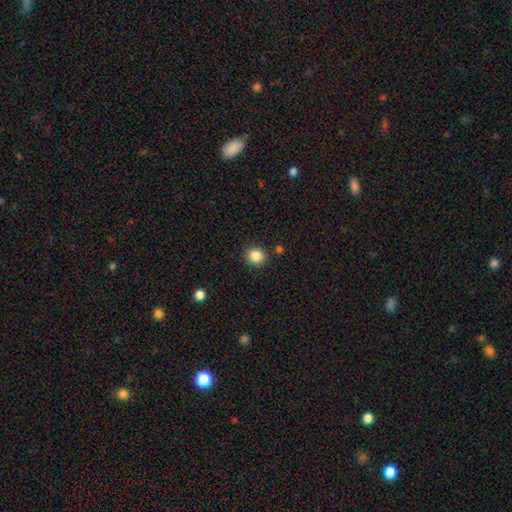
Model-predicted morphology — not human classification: smooth_or_featured: smooth (p=0.86) [alt: star or artifact p=0.10]
how_rounded: round (p=0.79) [alt: in between p=0.21]
merging: none (p=0.86) [alt: minor disturbance p=0.09]